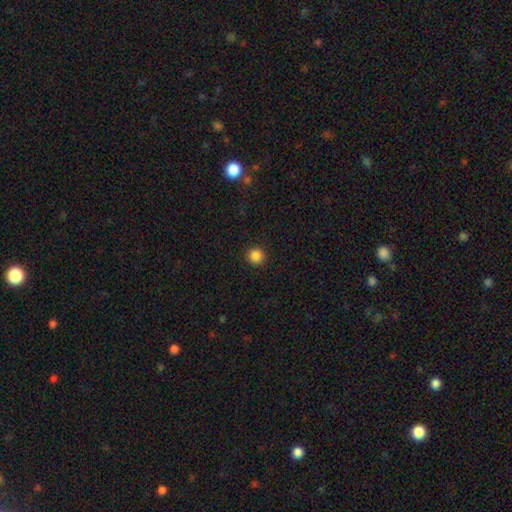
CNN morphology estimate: This is clearly a smooth galaxy (86%). How rounded: clearly round (95%). Merging: clearly none (93%).